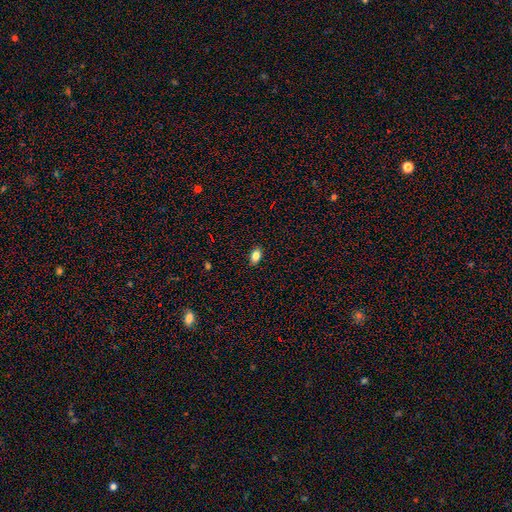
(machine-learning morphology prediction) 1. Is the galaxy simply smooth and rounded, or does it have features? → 83% smooth, 10% star or artifact, 7% featured or disk.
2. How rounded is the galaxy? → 84% in between, 14% round, 2% cigar-shaped.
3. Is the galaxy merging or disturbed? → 90% none, 7% minor disturbance, 2% major disturbance, 1% merger.